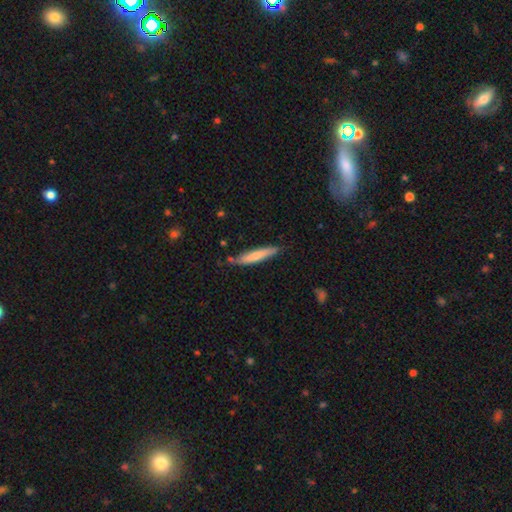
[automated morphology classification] smooth-or-featured: smooth: 65% | featured or disk: 29% | star or artifact: 5%
  how-rounded: cigar-shaped: 89% | in between: 9% | round: 1%
  merging: none: 75% | minor disturbance: 19% | merger: 4% | major disturbance: 3%